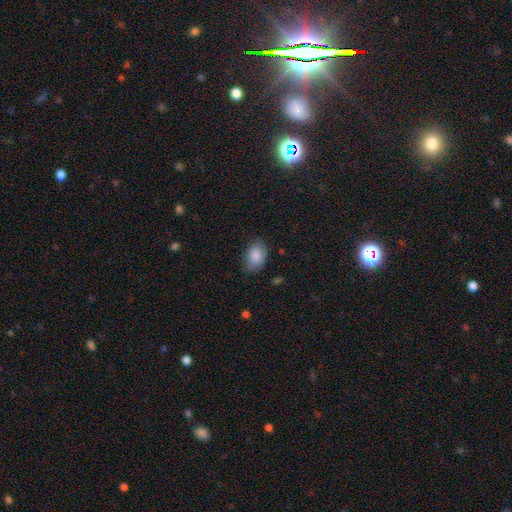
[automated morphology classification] This appears to be a smooth galaxy with no disk features (86%) that is in between round and cigar-shaped (88%). Merging: none (76%).